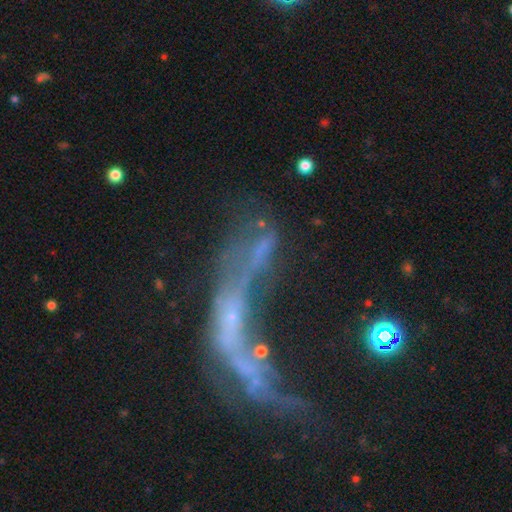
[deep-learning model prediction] smooth-or-featured: featured or disk: 52% | star or artifact: 26% | smooth: 22%
  disk-edge-on: no: 78% | yes: 22%
  merging: merger: 42% | major disturbance: 34% | none: 15% | minor disturbance: 9%